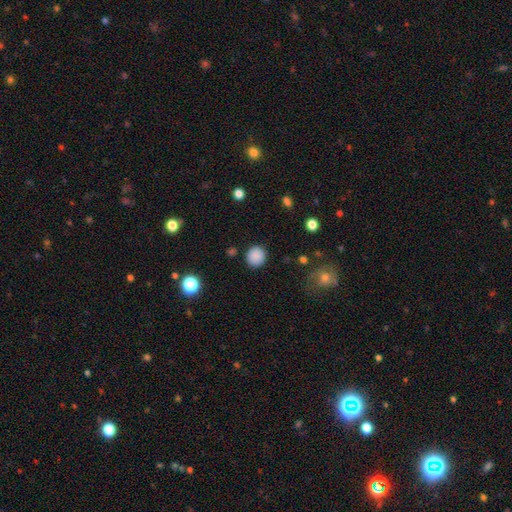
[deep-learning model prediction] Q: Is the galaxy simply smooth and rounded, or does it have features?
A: smooth — 87%.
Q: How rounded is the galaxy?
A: round — 88%.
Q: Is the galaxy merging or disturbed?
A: none — 87%.